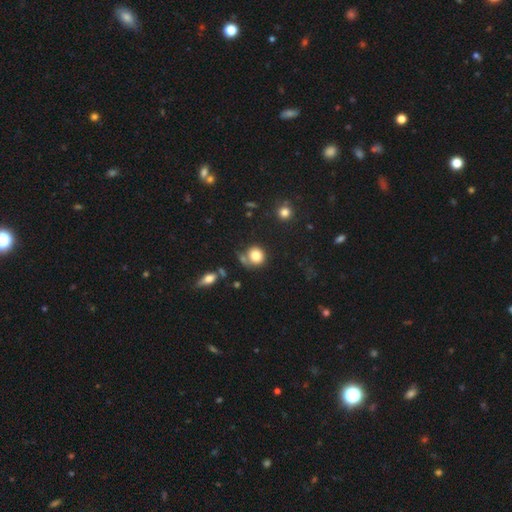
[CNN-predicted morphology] This is clearly a smooth galaxy (80%). How rounded: clearly round (85%). Merging: possibly none (59%).